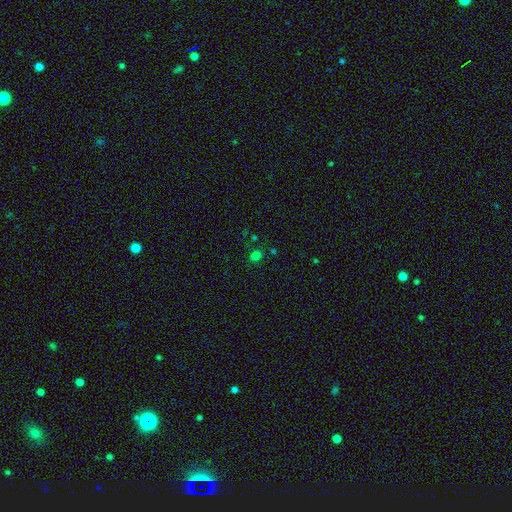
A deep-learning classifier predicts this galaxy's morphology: smooth-or-featured: smooth: 72% | star or artifact: 23% | featured or disk: 5%
  how-rounded: round: 62% | in between: 37% | cigar-shaped: 1%
  merging: none: 80% | minor disturbance: 11% | merger: 5% | major disturbance: 4%